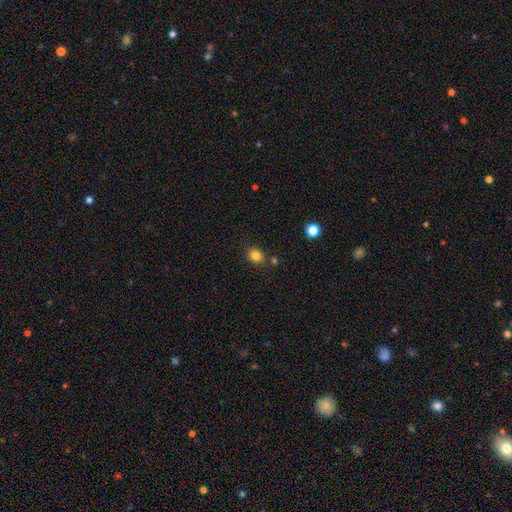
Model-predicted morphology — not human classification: smooth_or_featured: smooth (p=0.83) [alt: star or artifact p=0.12]
how_rounded: round (p=0.62) [alt: in between p=0.37]
merging: none (p=0.79) [alt: minor disturbance p=0.10]